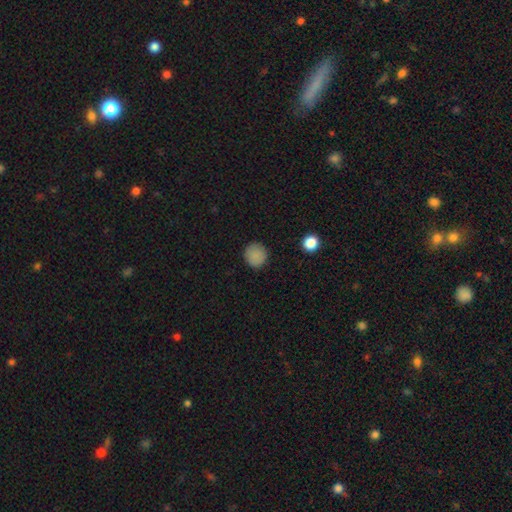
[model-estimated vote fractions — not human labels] smooth_or_featured: smooth (p=0.85) [alt: star or artifact p=0.10]
how_rounded: round (p=0.93) [alt: in between p=0.06]
merging: none (p=0.89) [alt: minor disturbance p=0.08]